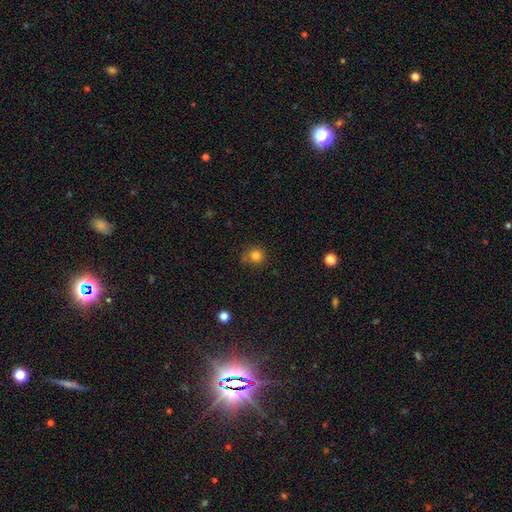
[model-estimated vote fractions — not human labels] Overall: smooth (81%). How rounded: round (90%). Merging: none (73%).